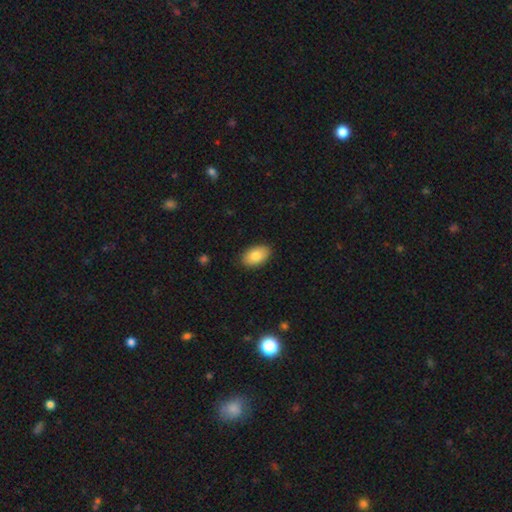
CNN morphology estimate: A smooth galaxy with no disk features (84%) that is in between round and cigar-shaped (93%).

Vote fractions:
- Smooth or featured? smooth: 84% / featured or disk: 10% / star or artifact: 6%
- How rounded? in between: 93% / round: 6% / cigar-shaped: 1%
- Merging? none: 88% / minor disturbance: 10% / major disturbance: 2% / merger: 1%